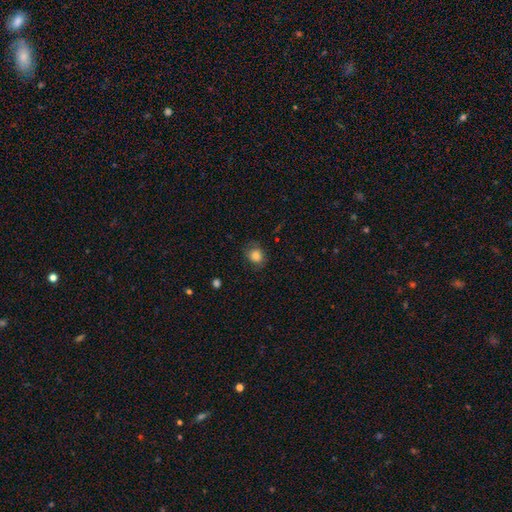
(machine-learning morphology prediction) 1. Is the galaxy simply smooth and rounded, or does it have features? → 81% smooth, 10% star or artifact, 9% featured or disk.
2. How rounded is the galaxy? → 72% round, 27% in between, 1% cigar-shaped.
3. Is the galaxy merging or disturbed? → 74% none, 18% minor disturbance, 7% major disturbance, 1% merger.